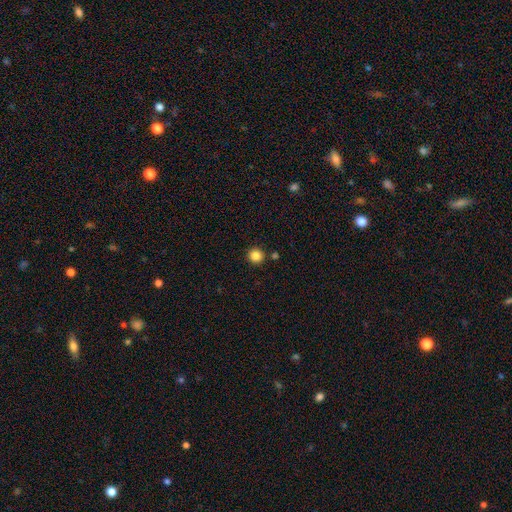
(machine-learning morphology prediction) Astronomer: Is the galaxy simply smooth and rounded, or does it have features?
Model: smooth — 85%.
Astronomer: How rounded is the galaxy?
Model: round — 94%.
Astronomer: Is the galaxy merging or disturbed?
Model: none — 88%.